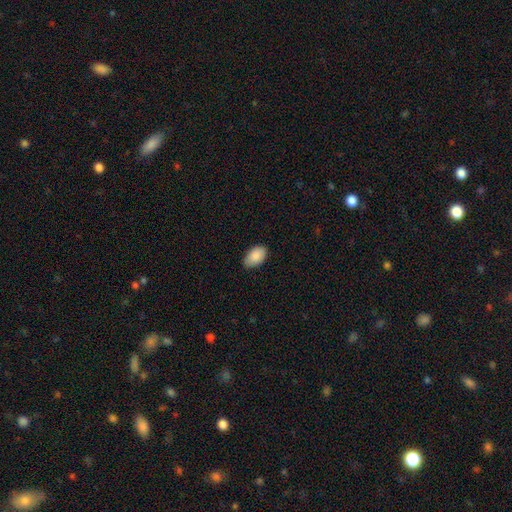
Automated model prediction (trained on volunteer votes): Smooth or featured? smooth (89%)
How rounded? in between (93%)
Merging? none (83%)